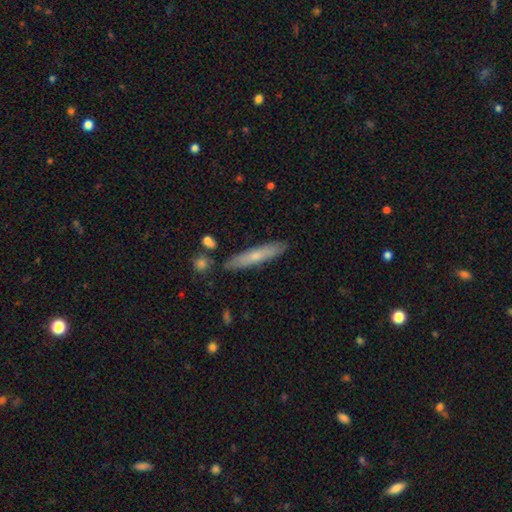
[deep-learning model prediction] Overall: smooth (58%; featured or disk 36%). How rounded: cigar-shaped (90%). Merging: none (86%).